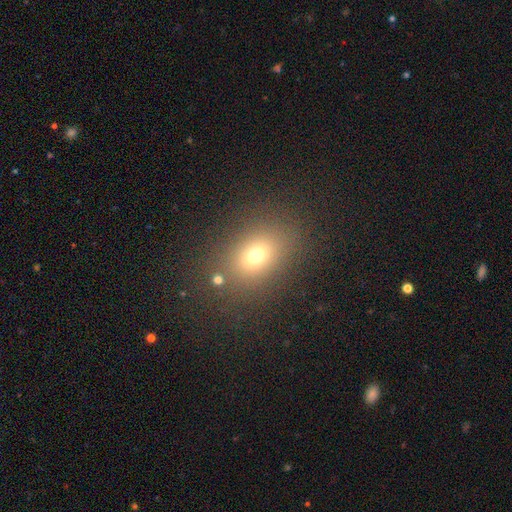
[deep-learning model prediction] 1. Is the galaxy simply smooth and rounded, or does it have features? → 70% smooth, 18% star or artifact, 12% featured or disk.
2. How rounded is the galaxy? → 66% in between, 32% round, 2% cigar-shaped.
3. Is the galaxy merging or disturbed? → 82% none, 10% minor disturbance, 5% major disturbance, 4% merger.